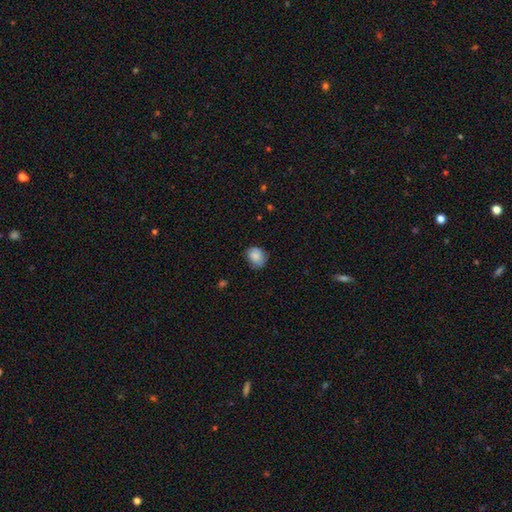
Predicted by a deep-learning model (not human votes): Q: Smooth or featured?
A: smooth (83%); runner-up: featured or disk (9%)
Q: How rounded?
A: round (57%); runner-up: in between (42%)
Q: Merging?
A: none (69%); runner-up: minor disturbance (25%)